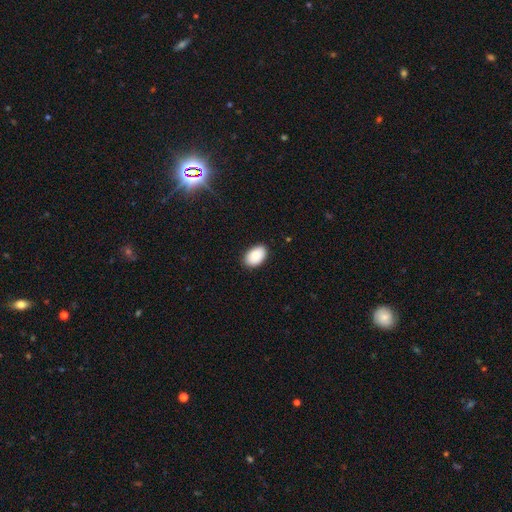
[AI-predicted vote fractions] Smooth or featured: smooth — 90% (star or artifact — 6%)
How rounded: in between — 92% (round — 7%)
Merging: none — 87% (minor disturbance — 10%)